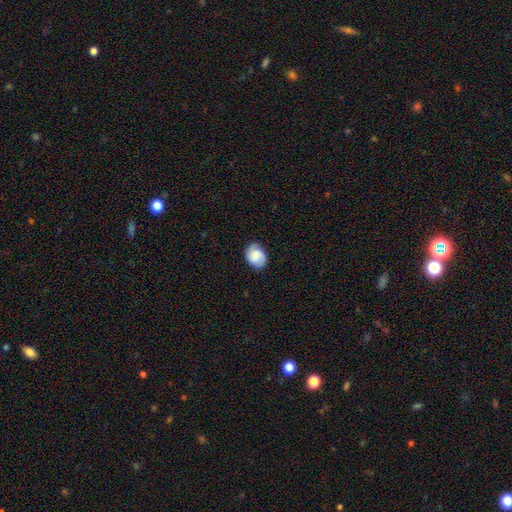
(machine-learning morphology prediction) Overall: smooth (53%; featured or disk 38%). How rounded: in between (55%; round 44%). Merging: none (74%).